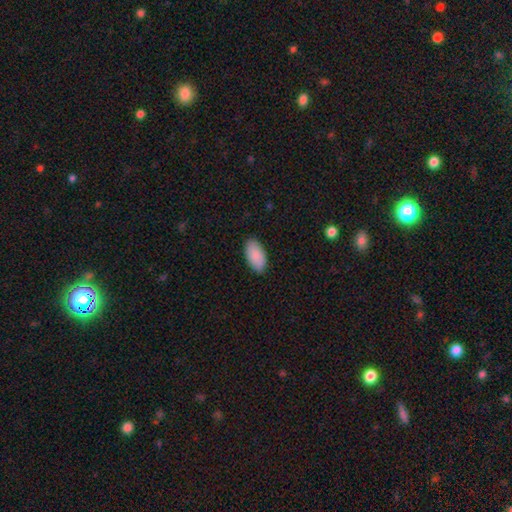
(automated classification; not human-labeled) Morphology: type=smooth (90%); roundness=in between (95%); merging=none (88%).